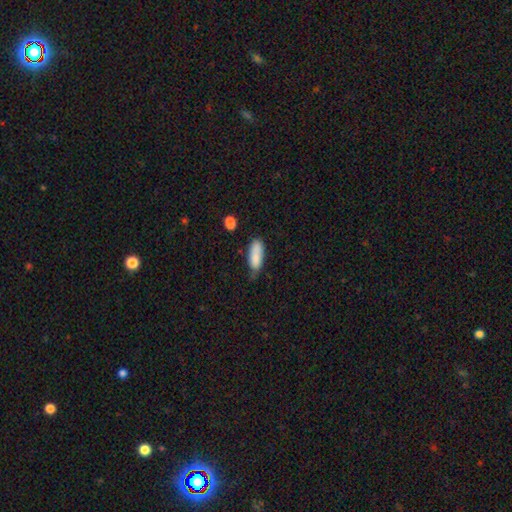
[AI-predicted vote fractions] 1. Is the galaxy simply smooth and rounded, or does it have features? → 85% smooth, 8% featured or disk, 7% star or artifact.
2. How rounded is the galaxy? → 72% in between, 26% cigar-shaped, 2% round.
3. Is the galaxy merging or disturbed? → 51% none, 36% minor disturbance, 8% major disturbance, 5% merger.